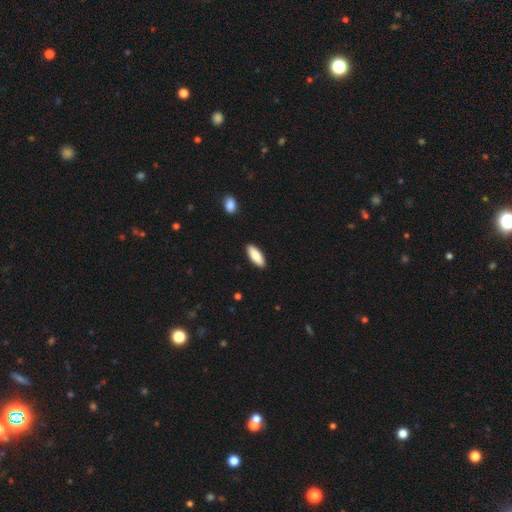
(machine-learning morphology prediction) type=smooth (84%); roundness=in between (72%); merging=none (90%).